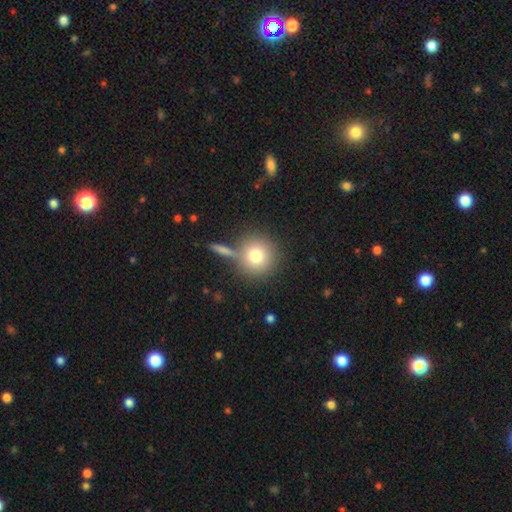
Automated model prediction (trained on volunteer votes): Morphology: type=smooth (77%); roundness=round (93%); merging=none (71%).